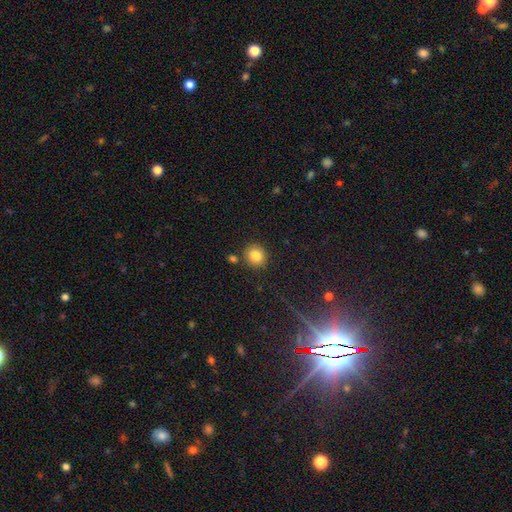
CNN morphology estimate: smooth_or_featured: smooth (p=0.83) [alt: star or artifact p=0.11]
how_rounded: round (p=0.78) [alt: in between p=0.21]
merging: none (p=0.84) [alt: minor disturbance p=0.09]